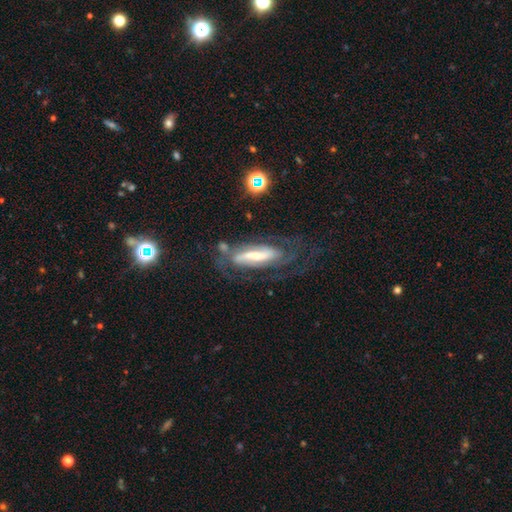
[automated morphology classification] featured or disk 78%, smooth 15%, star or artifact 7%. Down the decision tree: edge-on disk — no (80%); bar — strong (46%); spiral arms — yes (92%); spiral arm count — 2 (58%); spiral winding — medium (42%); bulge size — small (41%); merging — none (56%).